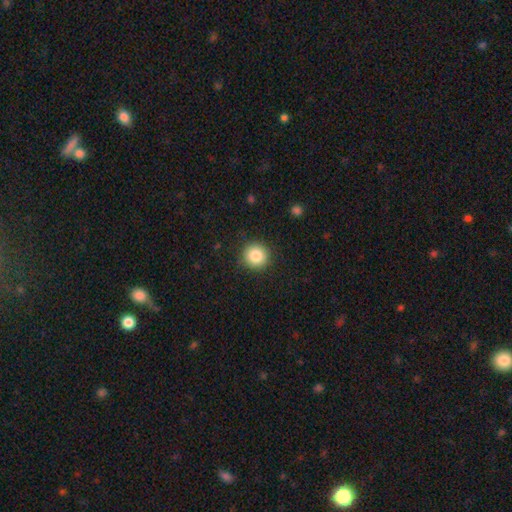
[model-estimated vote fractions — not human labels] This is clearly a smooth galaxy (85%). How rounded: clearly round (93%). Merging: clearly none (90%).